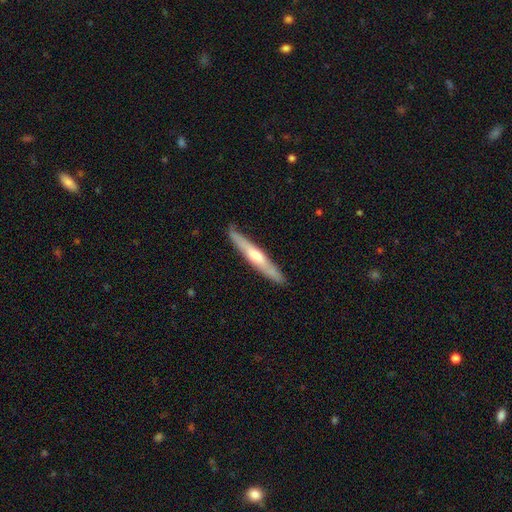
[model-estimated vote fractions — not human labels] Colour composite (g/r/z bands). It shows a featured or disk galaxy (59%) viewed edge-on (94%) with a rounded central bulge (77%). Merging: none (88%).